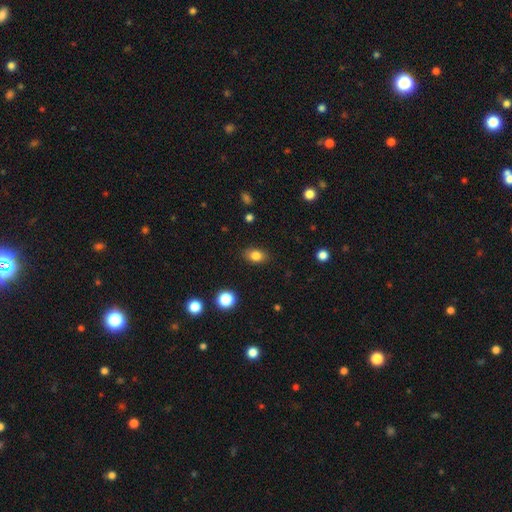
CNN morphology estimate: Q: Smooth or featured?
A: smooth (83%); runner-up: star or artifact (10%)
Q: How rounded?
A: in between (75%); runner-up: round (23%)
Q: Merging?
A: none (86%); runner-up: minor disturbance (10%)